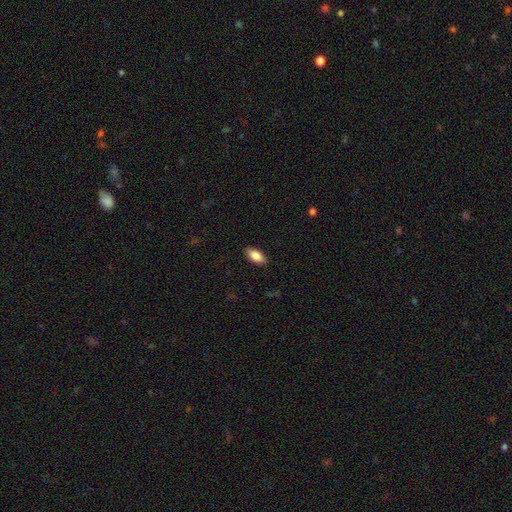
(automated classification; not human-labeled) This appears to be a smooth galaxy with no disk features (85%) that is in between round and cigar-shaped (90%). Merging: none (88%).